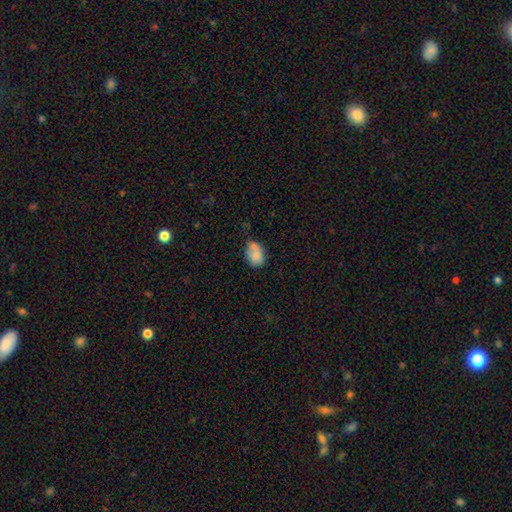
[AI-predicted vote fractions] A smooth galaxy with no disk features (73%) that is in between round and cigar-shaped (68%). Merging: none (41%).